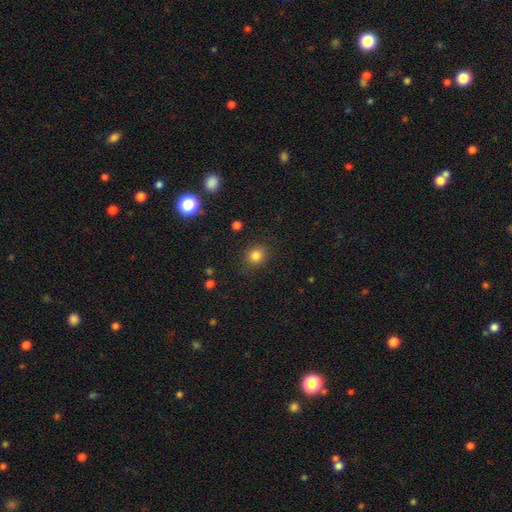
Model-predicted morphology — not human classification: Smooth or featured? smooth (82%)
How rounded? round (79%)
Merging? none (86%)